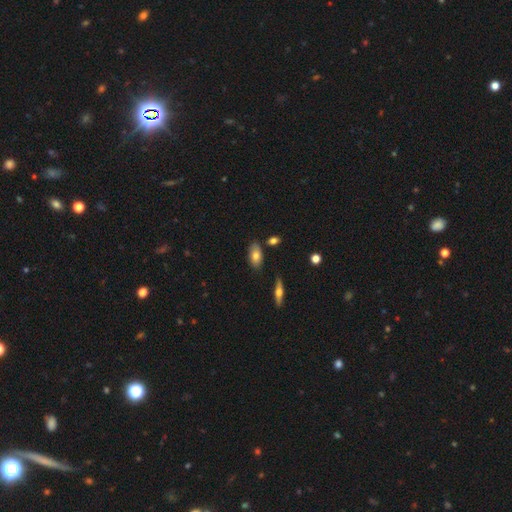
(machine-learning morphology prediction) Smooth or featured? smooth (76%)
How rounded? in between (90%)
Merging? none (79%)